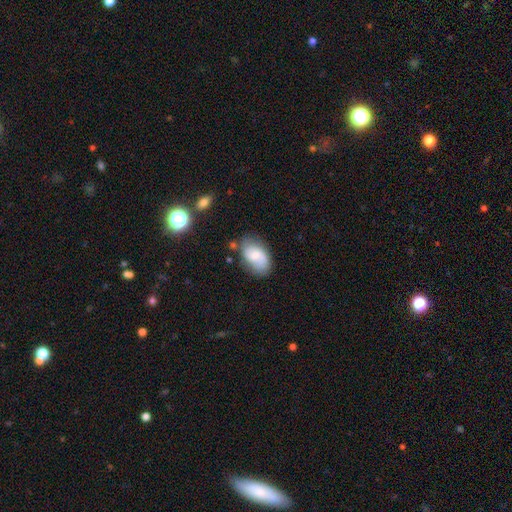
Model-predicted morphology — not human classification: A smooth galaxy with no disk features (49%).

Vote fractions:
- Smooth or featured? smooth: 49% / featured or disk: 43% / star or artifact: 8%
- Merging? none: 65% / minor disturbance: 24% / major disturbance: 7% / merger: 4%